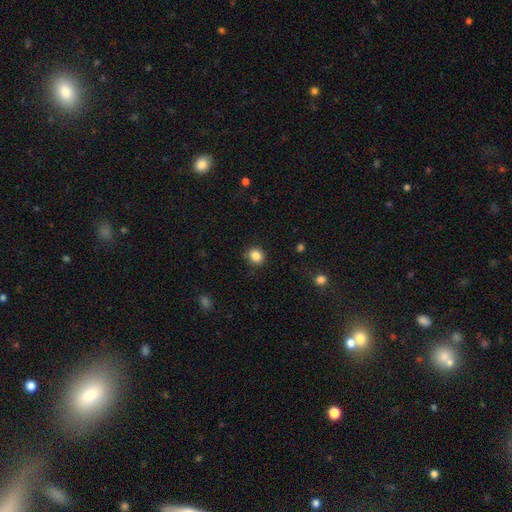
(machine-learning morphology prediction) smooth-or-featured: smooth: 85% | star or artifact: 11% | featured or disk: 4%
  how-rounded: round: 80% | in between: 19% | cigar-shaped: 1%
  merging: none: 85% | minor disturbance: 11% | major disturbance: 3% | merger: 1%